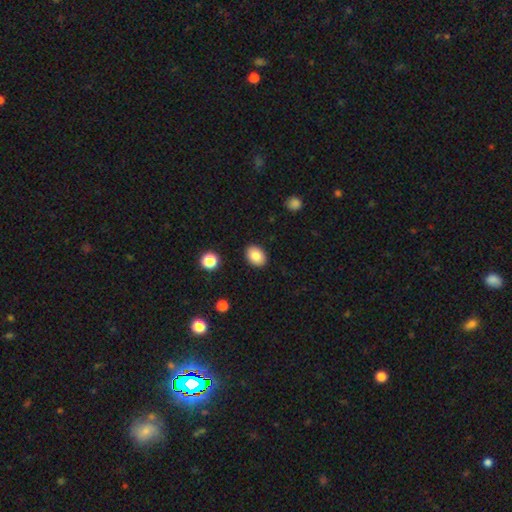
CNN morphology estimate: Smooth or featured?
  - smooth: 84% *
  - star or artifact: 8%
  - featured or disk: 8%
How rounded?
  - in between: 69% *
  - round: 30%
  - cigar-shaped: 1%
Merging?
  - none: 90% *
  - minor disturbance: 7%
  - major disturbance: 2%
  - merger: 1%